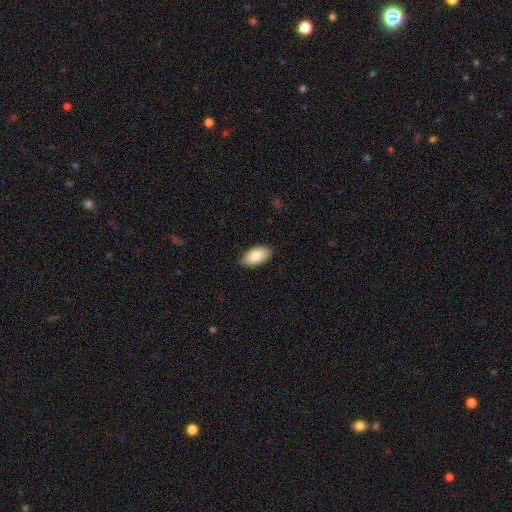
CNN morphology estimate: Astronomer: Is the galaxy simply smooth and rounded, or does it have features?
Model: smooth — 84%.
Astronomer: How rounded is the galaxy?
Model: in between — 95%.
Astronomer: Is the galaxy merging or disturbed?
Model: none — 89%.